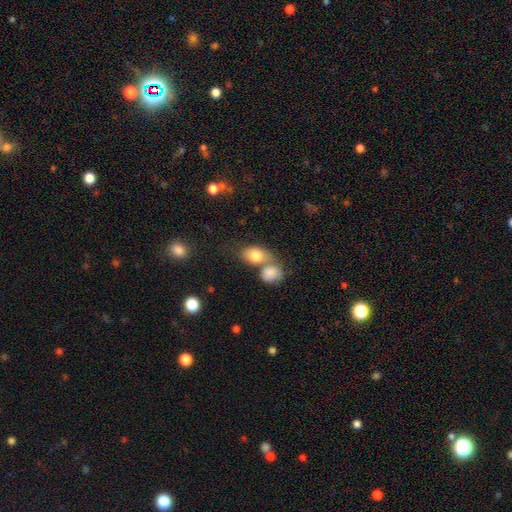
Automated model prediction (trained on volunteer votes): A smooth galaxy with no disk features (80%) that is in between round and cigar-shaped (73%).

Vote fractions:
- Smooth or featured? smooth: 80% / featured or disk: 12% / star or artifact: 8%
- How rounded? in between: 73% / round: 25% / cigar-shaped: 2%
- Merging? merger: 52% / none: 33% / minor disturbance: 10% / major disturbance: 5%